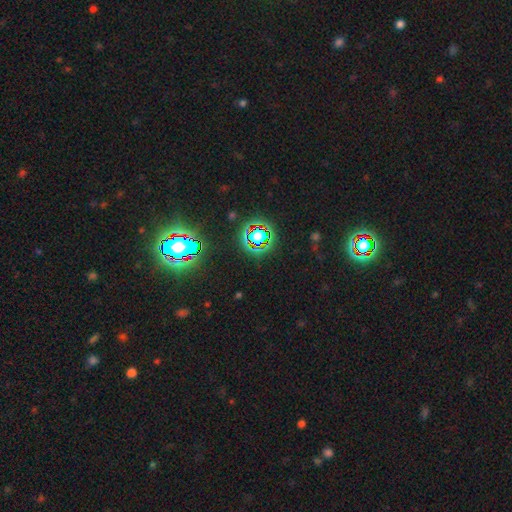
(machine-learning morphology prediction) This is likely a star or artifact rather than a galaxy (80%).